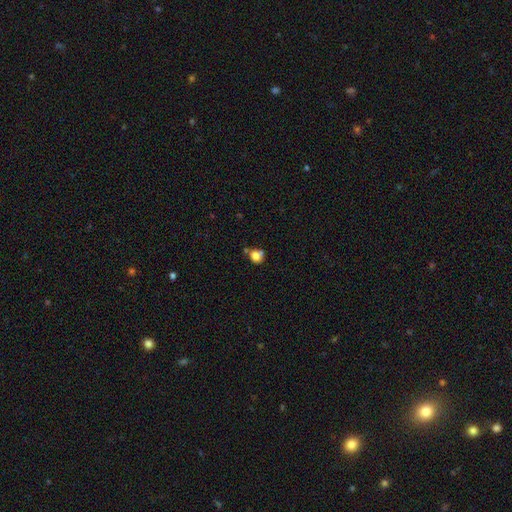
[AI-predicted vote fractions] Smooth or featured? Predicted: smooth (p=0.78). How rounded? Predicted: round (p=0.73). Merging? Predicted: none (p=0.49).